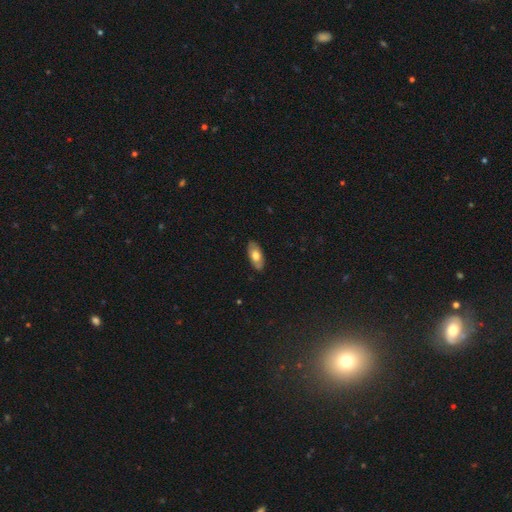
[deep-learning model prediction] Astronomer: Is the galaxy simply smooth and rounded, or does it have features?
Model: smooth — 62%.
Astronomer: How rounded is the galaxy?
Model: in between — 91%.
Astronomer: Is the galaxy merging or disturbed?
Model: none — 86%.